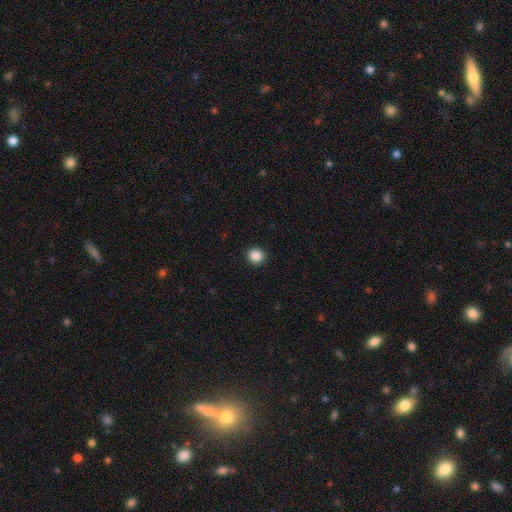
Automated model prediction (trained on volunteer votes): A smooth galaxy with no disk features (88%) that is round (93%). Merging: none (93%).